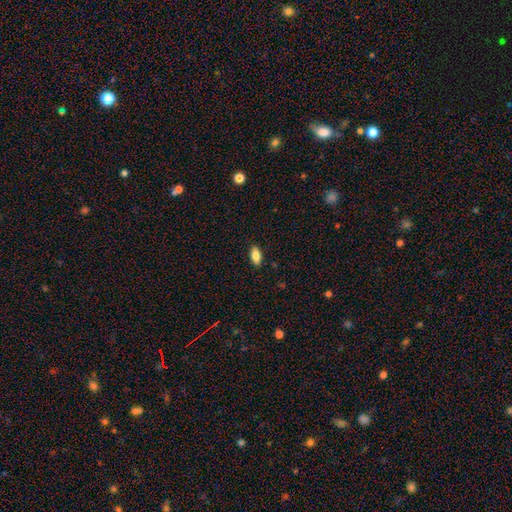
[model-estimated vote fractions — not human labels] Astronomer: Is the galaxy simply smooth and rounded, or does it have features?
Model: smooth — 81%.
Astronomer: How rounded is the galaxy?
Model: in between — 88%.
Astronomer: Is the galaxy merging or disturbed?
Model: none — 89%.